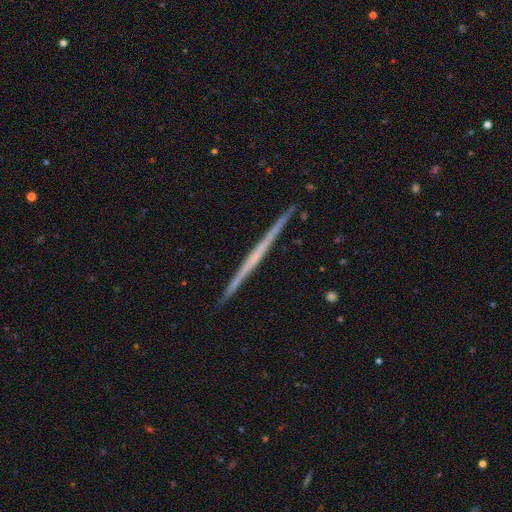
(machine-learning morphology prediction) The model was most divided on "smooth or featured": featured or disk: 68%, smooth: 26%, star or artifact: 6%. More confident: edge-on disk — yes (98%); merging — none (93%); edge-on bulge — none (85%).